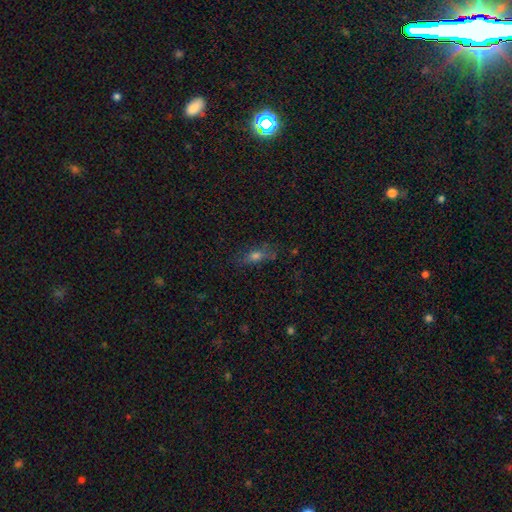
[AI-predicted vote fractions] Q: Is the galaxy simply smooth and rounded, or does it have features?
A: smooth — 59%.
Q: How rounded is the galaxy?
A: in between — 62%.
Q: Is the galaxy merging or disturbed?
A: none — 72%.